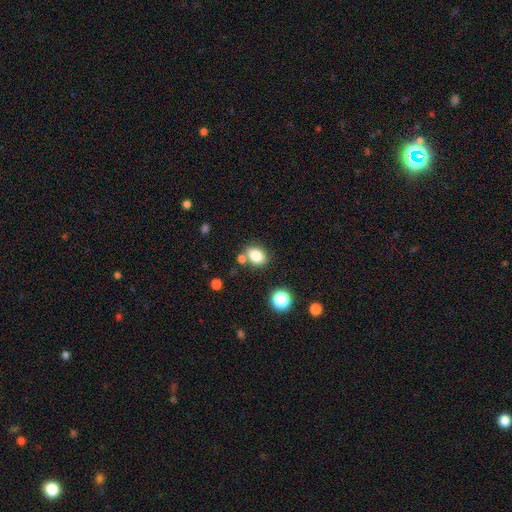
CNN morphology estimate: Smooth or featured?
  - smooth: 82% *
  - star or artifact: 11%
  - featured or disk: 7%
How rounded?
  - in between: 69% *
  - round: 30%
  - cigar-shaped: 1%
Merging?
  - none: 68% *
  - merger: 15%
  - minor disturbance: 13%
  - major disturbance: 4%